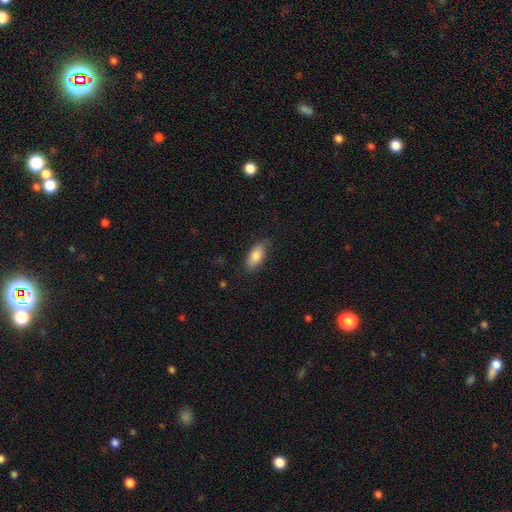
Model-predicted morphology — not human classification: A smooth galaxy with no disk features (84%) that is in between round and cigar-shaped (88%). Merging: none (82%).